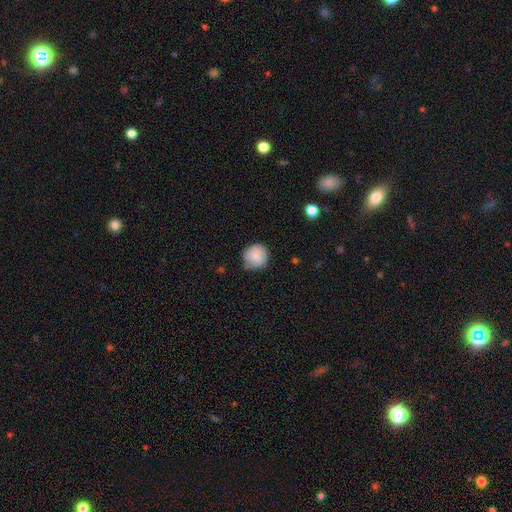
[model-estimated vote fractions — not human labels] Smooth or featured? smooth (82%)
How rounded? round (92%)
Merging? none (69%)